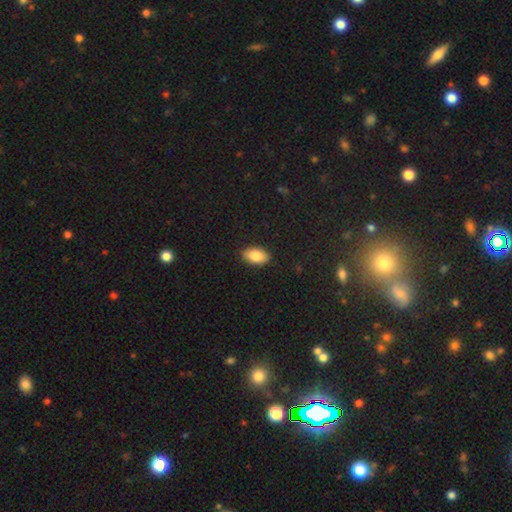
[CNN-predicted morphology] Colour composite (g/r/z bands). It shows a smooth galaxy with no disk features (86%) that is in between round and cigar-shaped (93%). Merging: none (89%).